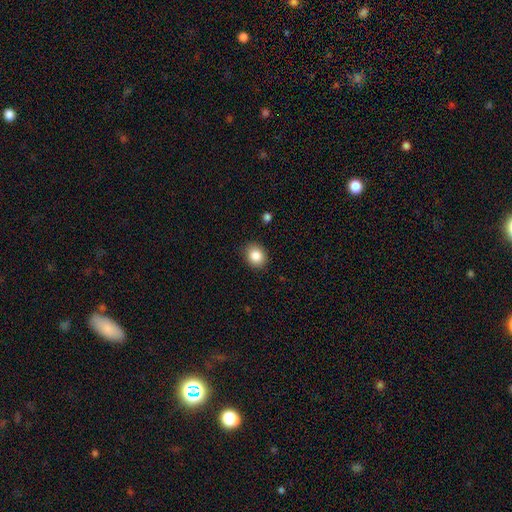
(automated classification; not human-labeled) Q: Smooth or featured?
A: smooth (86%); runner-up: star or artifact (9%)
Q: How rounded?
A: round (55%); runner-up: in between (45%)
Q: Merging?
A: none (87%); runner-up: minor disturbance (10%)